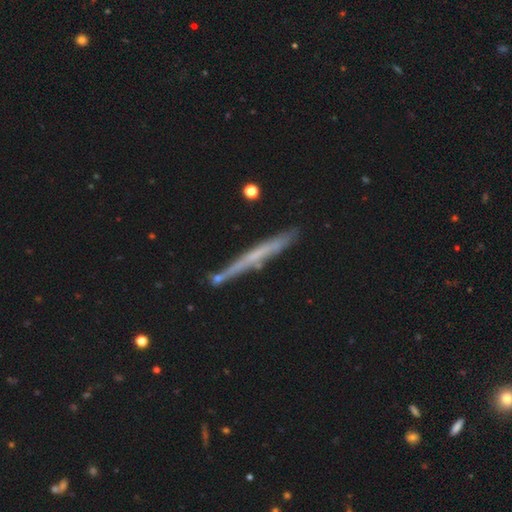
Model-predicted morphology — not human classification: Overall: featured or disk (58%; smooth 34%). Edge-on disk: yes (94%). Edge-on bulge: none (84%). Merging: none (81%).